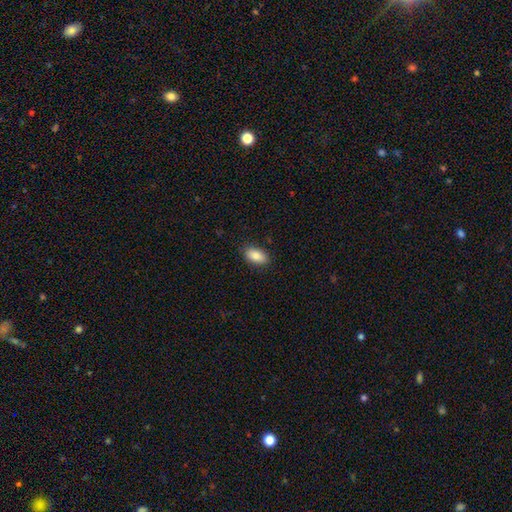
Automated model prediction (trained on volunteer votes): smooth_or_featured: smooth (p=0.85) [alt: featured or disk p=0.08]
how_rounded: in between (p=0.92) [alt: round p=0.05]
merging: none (p=0.87) [alt: minor disturbance p=0.10]